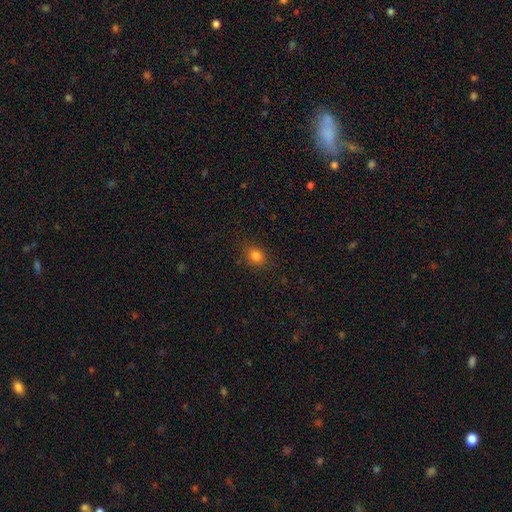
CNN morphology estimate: Smooth or featured?
  - smooth: 81% *
  - star or artifact: 13%
  - featured or disk: 6%
How rounded?
  - in between: 51% *
  - round: 47%
  - cigar-shaped: 1%
Merging?
  - none: 84% *
  - minor disturbance: 11%
  - major disturbance: 3%
  - merger: 1%